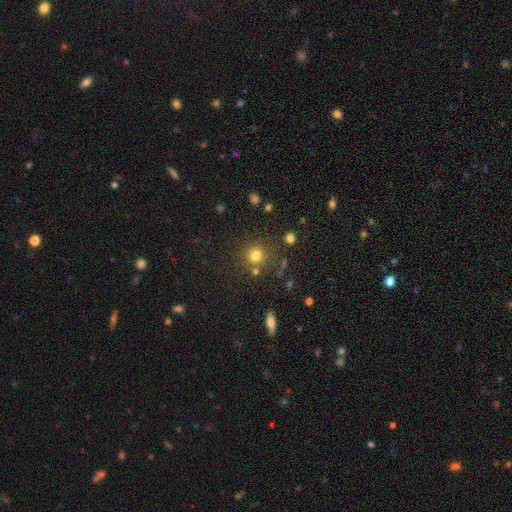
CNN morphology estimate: smooth_or_featured: smooth (p=0.77) [alt: star or artifact p=0.16]
how_rounded: round (p=0.92) [alt: in between p=0.07]
merging: none (p=0.79) [alt: minor disturbance p=0.09]